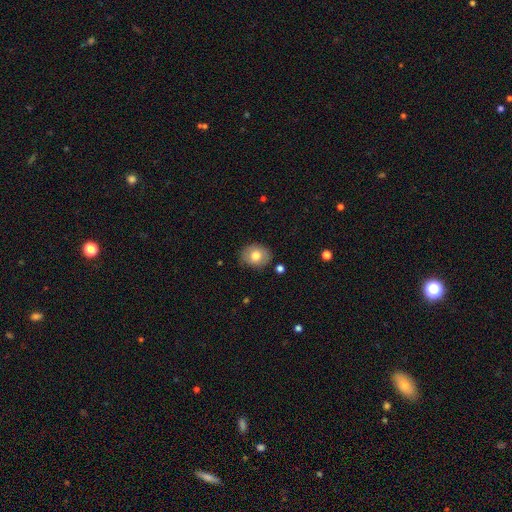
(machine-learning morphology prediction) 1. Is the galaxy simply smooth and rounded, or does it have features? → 75% smooth, 18% featured or disk, 8% star or artifact.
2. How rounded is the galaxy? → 50% in between, 49% round, 1% cigar-shaped.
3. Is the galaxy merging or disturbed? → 85% none, 11% minor disturbance, 2% major disturbance, 2% merger.